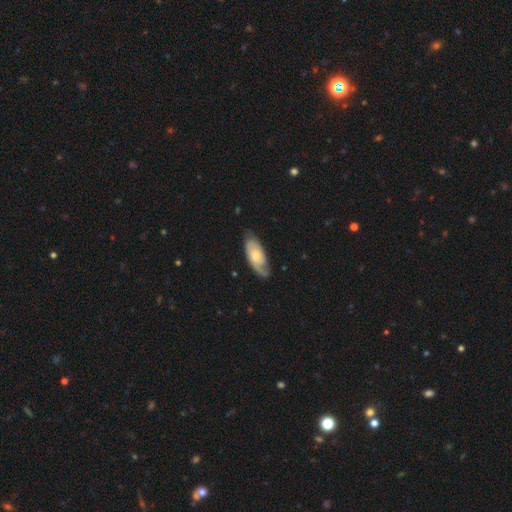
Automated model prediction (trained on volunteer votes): Smooth or featured?
  - featured or disk: 62% *
  - smooth: 33%
  - star or artifact: 5%
Edge-on disk?
  - no: 88% *
  - yes: 12%
Bar?
  - no: 74% *
  - weak: 22%
  - strong: 3%
Spiral arms?
  - yes: 87% *
  - no: 13%
Bulge size?
  - moderate: 48% *
  - small: 41%
  - large: 5%
  - none: 4%
  - dominant: 1%
Merging?
  - none: 69% *
  - minor disturbance: 23%
  - major disturbance: 7%
  - merger: 1%